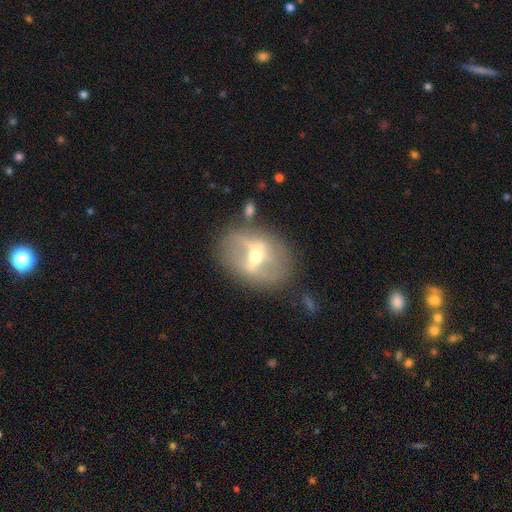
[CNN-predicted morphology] Overall: featured or disk (73%). Edge-on disk: no (81%). Bar: strong (68%). Spiral arms: no (71%). Bulge size: moderate (62%; small 29%). Merging: none (71%).